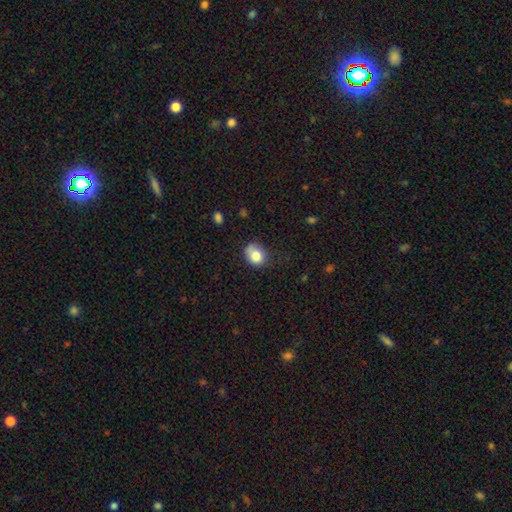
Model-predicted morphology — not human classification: smooth_or_featured: smooth (p=0.81) [alt: featured or disk p=0.10]
how_rounded: in between (p=0.51) [alt: round p=0.48]
merging: none (p=0.56) [alt: minor disturbance p=0.32]